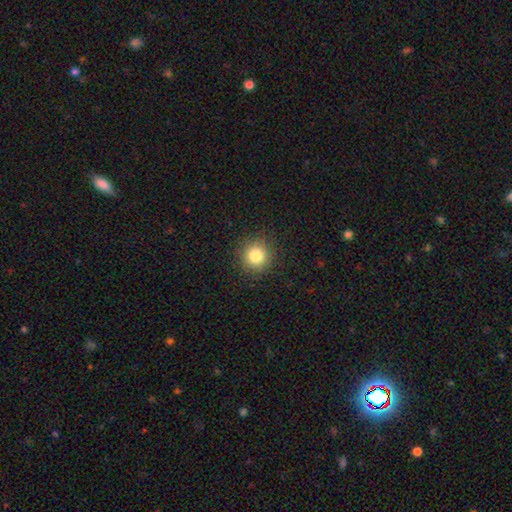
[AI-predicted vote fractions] Smooth or featured: smooth — 82% (star or artifact — 11%)
How rounded: round — 93% (in between — 6%)
Merging: none — 90% (minor disturbance — 6%)